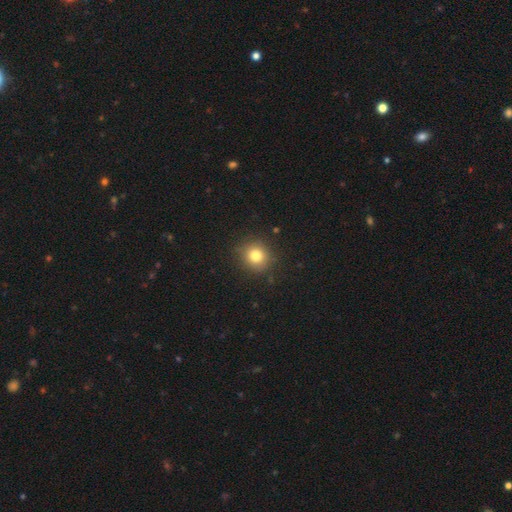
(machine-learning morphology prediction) A smooth galaxy with no disk features (79%) that is round (89%).

Vote fractions:
- Smooth or featured? smooth: 79% / star or artifact: 13% / featured or disk: 8%
- How rounded? round: 89% / in between: 10% / cigar-shaped: 1%
- Merging? none: 87% / minor disturbance: 9% / major disturbance: 3% / merger: 1%